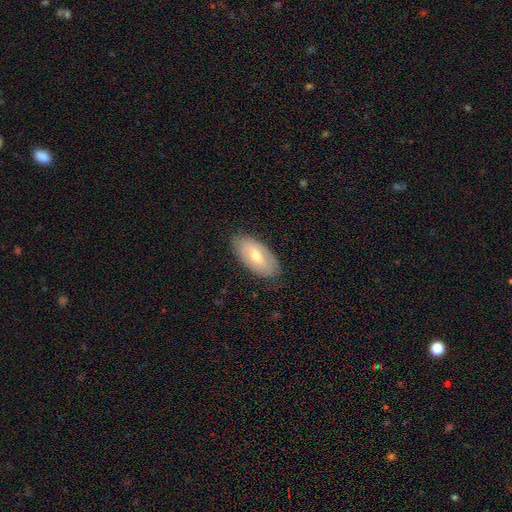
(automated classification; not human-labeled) smooth 54%, featured or disk 40%, star or artifact 6%. Down the decision tree: how rounded — in between (93%); merging — none (82%).